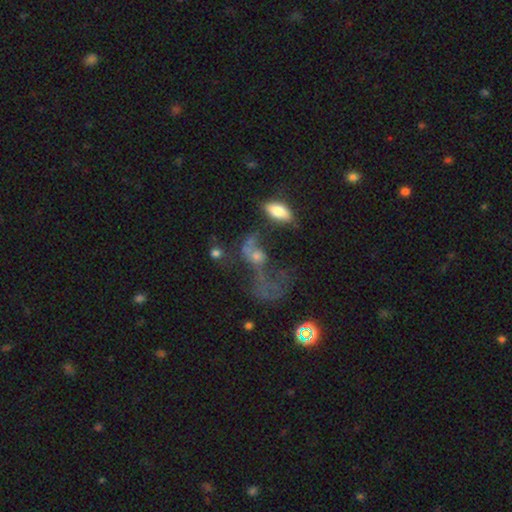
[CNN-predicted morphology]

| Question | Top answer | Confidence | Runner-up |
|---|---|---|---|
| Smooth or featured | featured or disk | 41% | smooth (37%) |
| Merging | major disturbance | 43% | merger (27%) |